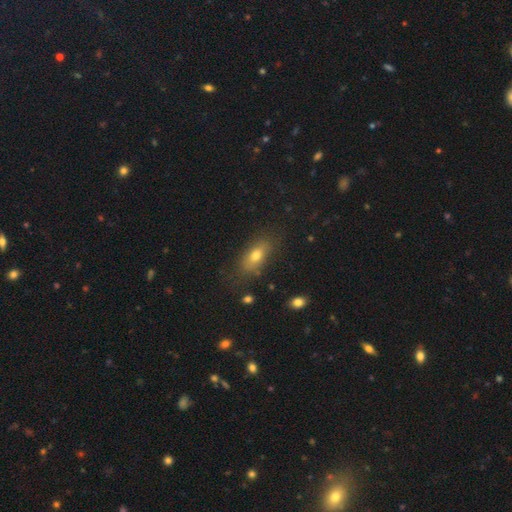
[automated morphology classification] Smooth or featured? smooth (71%)
How rounded? in between (80%)
Merging? none (76%)